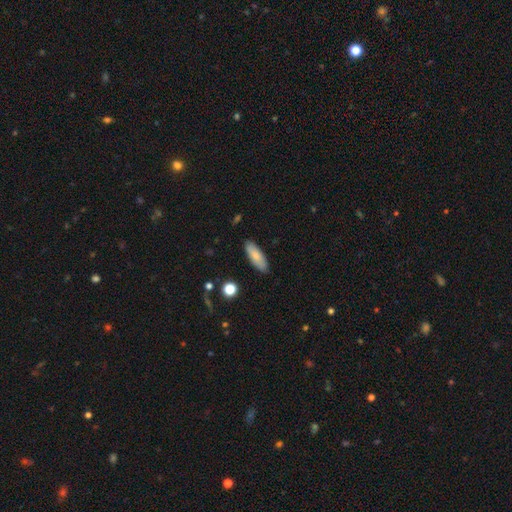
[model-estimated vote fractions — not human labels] A smooth galaxy with no disk features (80%) that is in between round and cigar-shaped (66%).

Vote fractions:
- Smooth or featured? smooth: 80% / featured or disk: 14% / star or artifact: 6%
- How rounded? in between: 66% / cigar-shaped: 31% / round: 2%
- Merging? none: 87% / minor disturbance: 10% / major disturbance: 2% / merger: 1%